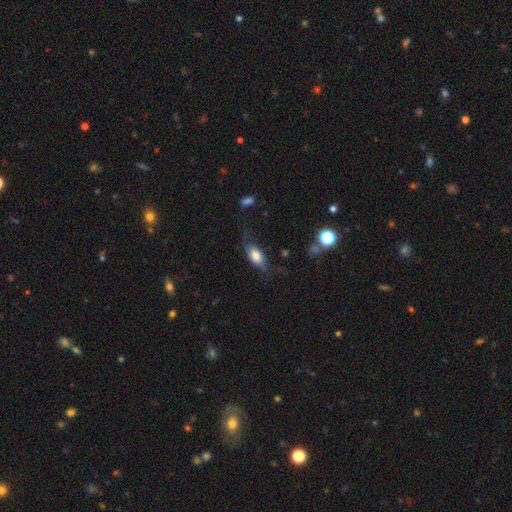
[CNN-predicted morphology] This is likely a smooth galaxy (68%). How rounded: clearly in between (83%). Merging: possibly none (57%).